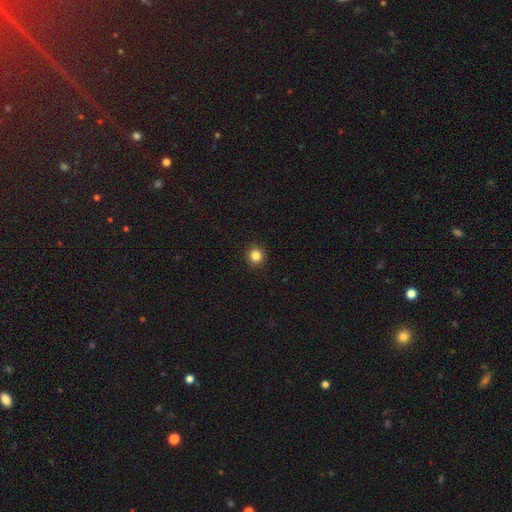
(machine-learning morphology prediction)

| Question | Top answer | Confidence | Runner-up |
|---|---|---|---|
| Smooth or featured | smooth | 84% | star or artifact (11%) |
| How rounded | round | 91% | in between (8%) |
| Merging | none | 92% | minor disturbance (5%) |